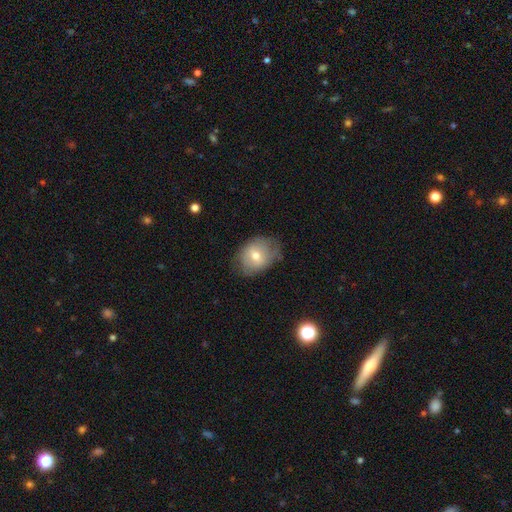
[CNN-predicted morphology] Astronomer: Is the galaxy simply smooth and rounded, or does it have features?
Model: smooth — 64%.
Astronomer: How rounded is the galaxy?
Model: in between — 61% (runner-up: round, 38%).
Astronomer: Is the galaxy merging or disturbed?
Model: none — 64%.